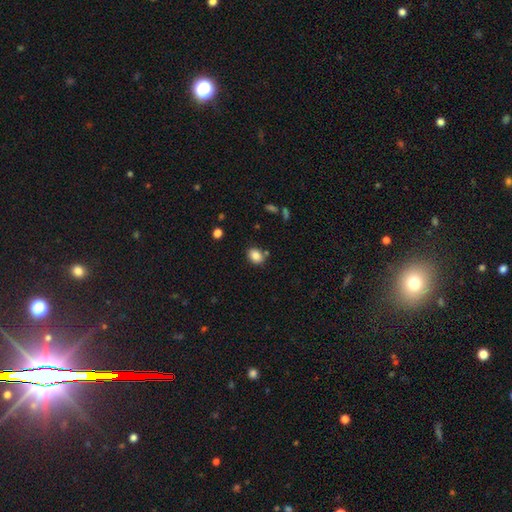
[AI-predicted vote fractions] Morphology: type=smooth (85%); roundness=in between (61%); merging=none (78%).